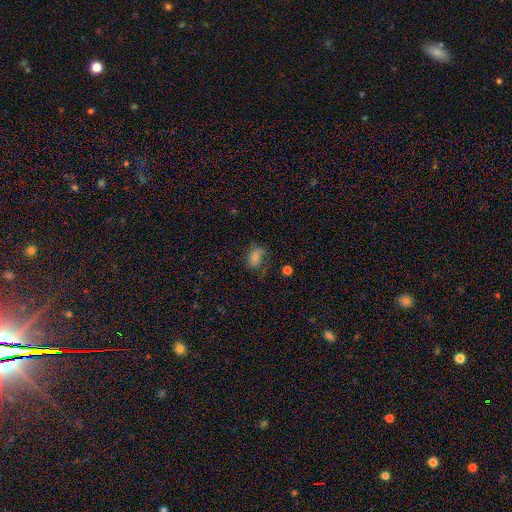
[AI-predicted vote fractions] Smooth or featured?
  - smooth: 60% *
  - featured or disk: 28%
  - star or artifact: 12%
How rounded?
  - in between: 67% *
  - round: 32%
  - cigar-shaped: 2%
Merging?
  - none: 50% *
  - minor disturbance: 27%
  - major disturbance: 21%
  - merger: 2%